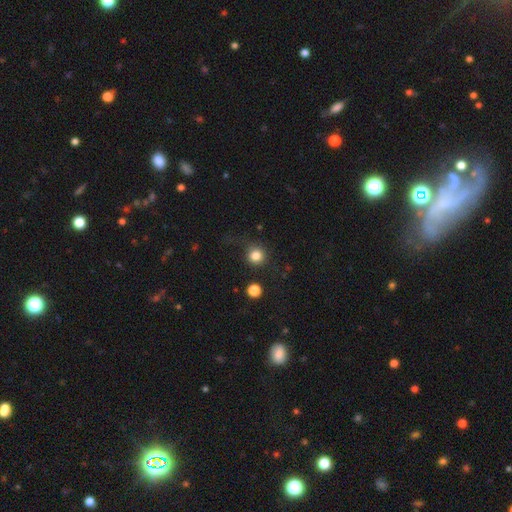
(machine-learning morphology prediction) Smooth or featured: smooth — 82% (star or artifact — 13%)
How rounded: round — 93% (in between — 6%)
Merging: none — 78% (minor disturbance — 12%)